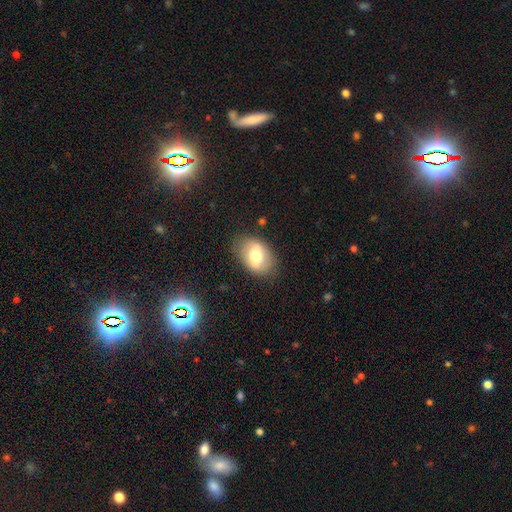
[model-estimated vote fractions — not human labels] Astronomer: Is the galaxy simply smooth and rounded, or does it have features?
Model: smooth — 58% (runner-up: featured or disk, 35%).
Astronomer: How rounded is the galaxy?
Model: in between — 79%.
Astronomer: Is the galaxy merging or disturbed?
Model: none — 79%.